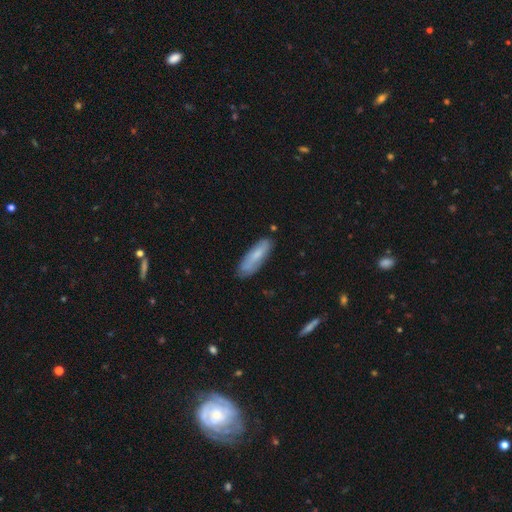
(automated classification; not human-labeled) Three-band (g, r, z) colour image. It shows a smooth galaxy with no disk features (70%) that is cigar-shaped (53%). Merging: none (76%).